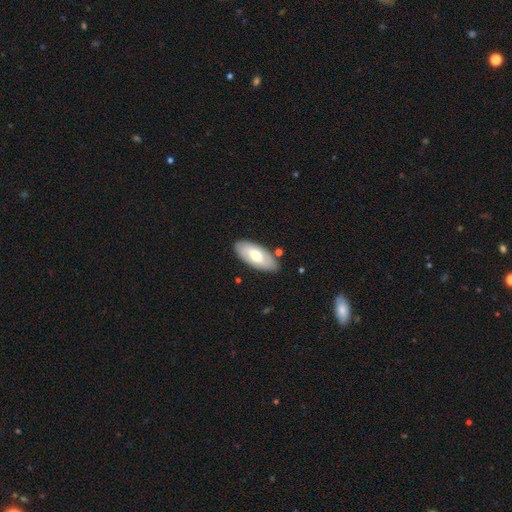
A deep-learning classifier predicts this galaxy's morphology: Smooth or featured?
  - smooth: 58% *
  - featured or disk: 37%
  - star or artifact: 5%
How rounded?
  - in between: 89% *
  - cigar-shaped: 9%
  - round: 2%
Merging?
  - none: 85% *
  - minor disturbance: 10%
  - merger: 3%
  - major disturbance: 2%